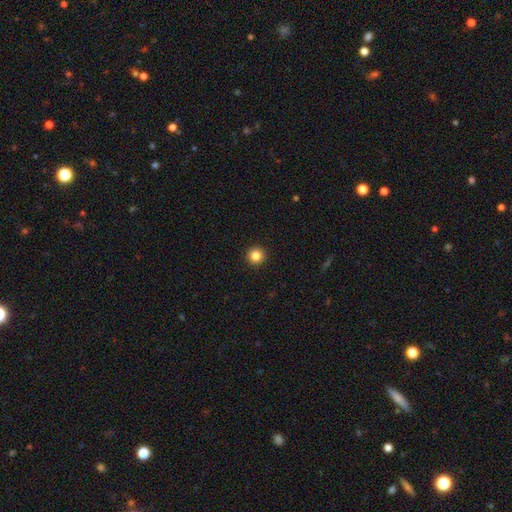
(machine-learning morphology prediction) A smooth galaxy with no disk features (85%) that is round (96%). Merging: none (94%).